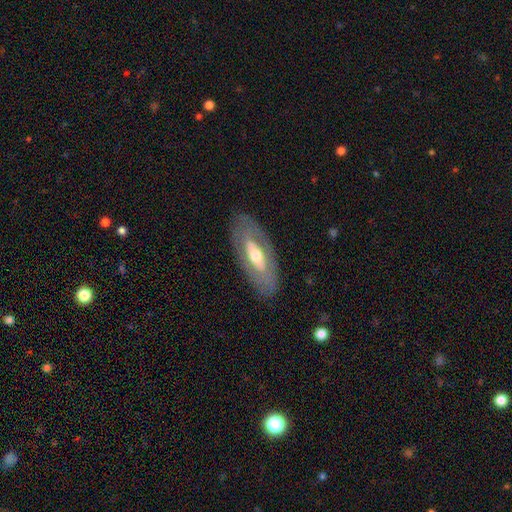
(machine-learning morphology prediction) smooth-or-featured: featured or disk: 59% | smooth: 35% | star or artifact: 6%
  disk-edge-on: no: 79% | yes: 21%
  merging: none: 82% | minor disturbance: 12% | major disturbance: 5% | merger: 1%